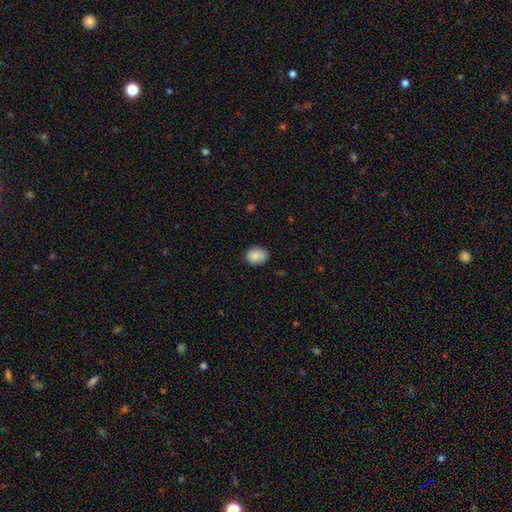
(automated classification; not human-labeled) Overall: smooth (86%). How rounded: round (65%; in between 34%). Merging: none (80%).